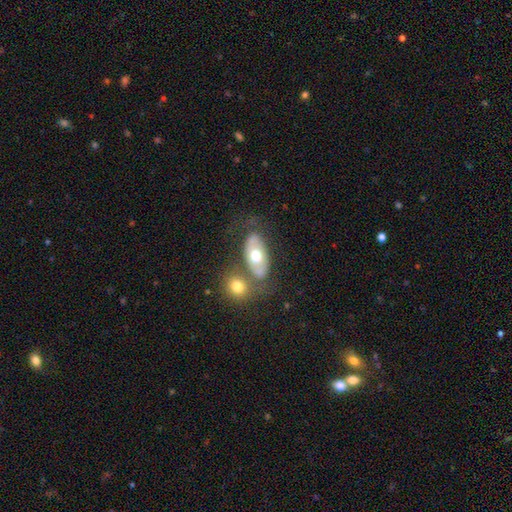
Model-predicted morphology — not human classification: Smooth or featured?
  - smooth: 51% *
  - featured or disk: 42%
  - star or artifact: 6%
How rounded?
  - in between: 88% *
  - round: 8%
  - cigar-shaped: 4%
Merging?
  - none: 48% *
  - merger: 31%
  - minor disturbance: 14%
  - major disturbance: 7%